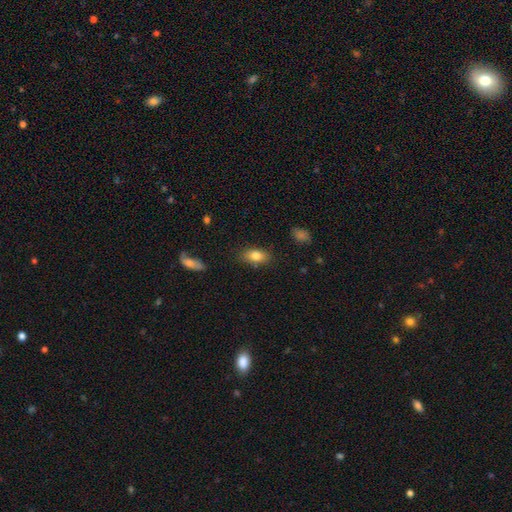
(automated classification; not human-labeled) Smooth or featured?
  - smooth: 82% *
  - featured or disk: 9%
  - star or artifact: 8%
How rounded?
  - in between: 87% *
  - round: 8%
  - cigar-shaped: 5%
Merging?
  - none: 81% *
  - minor disturbance: 13%
  - major disturbance: 3%
  - merger: 2%